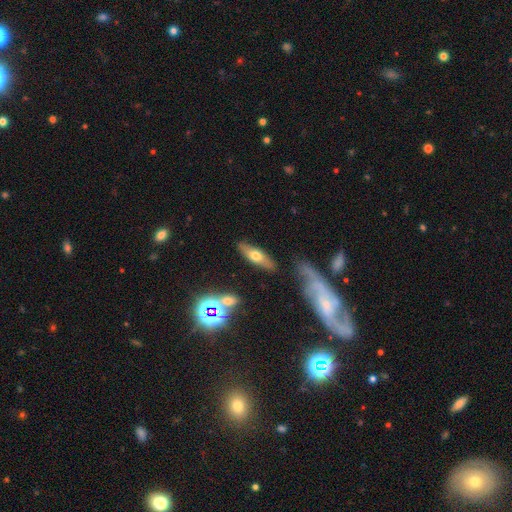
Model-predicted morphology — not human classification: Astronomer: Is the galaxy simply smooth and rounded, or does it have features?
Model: smooth — 53% (runner-up: featured or disk, 38%).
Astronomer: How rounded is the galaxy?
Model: cigar-shaped — 49% (runner-up: in between, 48%).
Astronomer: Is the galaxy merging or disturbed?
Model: none — 79%.